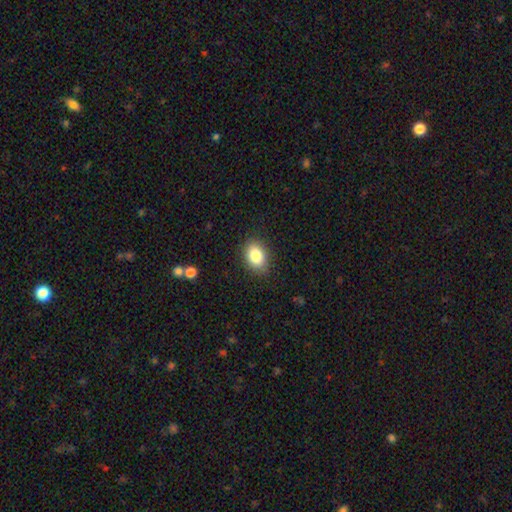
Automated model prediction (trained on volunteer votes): This is clearly a smooth galaxy (84%). How rounded: likely in between (77%). Merging: clearly none (87%).